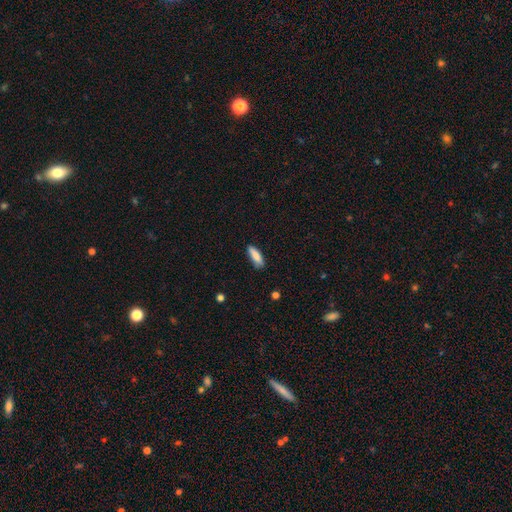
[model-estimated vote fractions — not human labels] This is clearly a smooth galaxy (83%). How rounded: possibly in between (49%, tied with cigar-shaped). Merging: clearly none (82%).